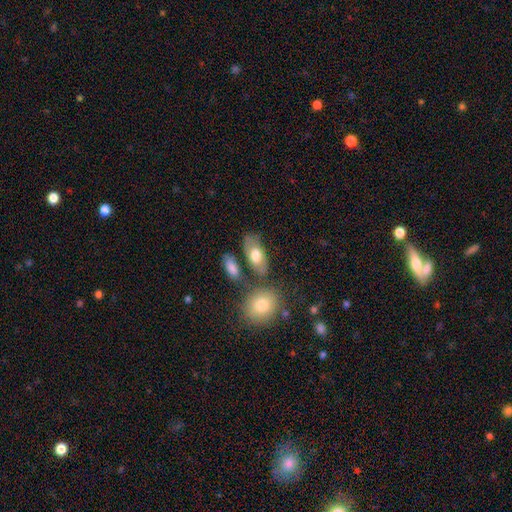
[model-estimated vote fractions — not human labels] A smooth galaxy with no disk features (68%) that is in between round and cigar-shaped (89%).

Vote fractions:
- Smooth or featured? smooth: 68% / featured or disk: 25% / star or artifact: 7%
- How rounded? in between: 89% / round: 6% / cigar-shaped: 5%
- Merging? none: 67% / minor disturbance: 15% / merger: 13% / major disturbance: 5%